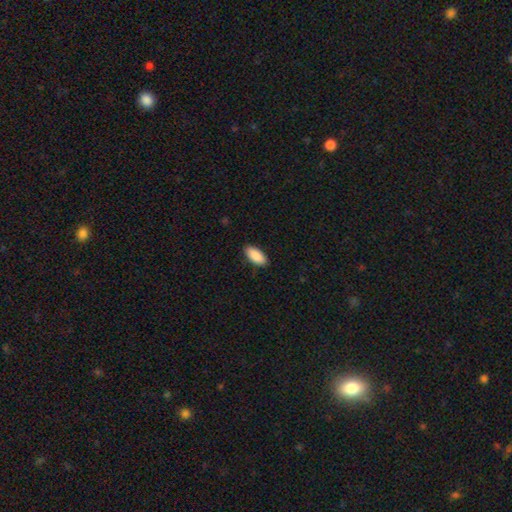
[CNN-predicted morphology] type=smooth (91%); roundness=in between (91%); merging=none (88%).